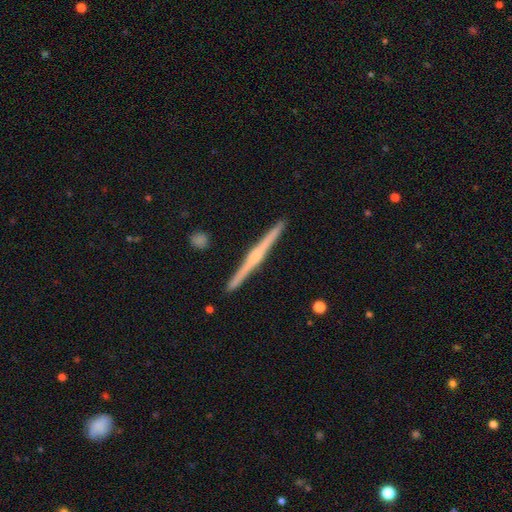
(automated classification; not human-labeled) Smooth or featured: featured or disk — 78% (smooth — 16%)
Edge-on disk: yes — 99% (no — 1%)
Edge-on bulge: rounded — 69% (none — 19%)
Merging: none — 93% (minor disturbance — 5%)